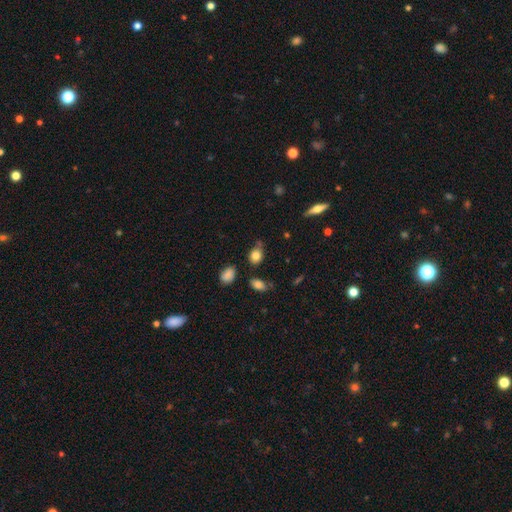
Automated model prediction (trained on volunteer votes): A smooth galaxy with no disk features (82%) that is in between round and cigar-shaped (59%). Merging: none (60%).